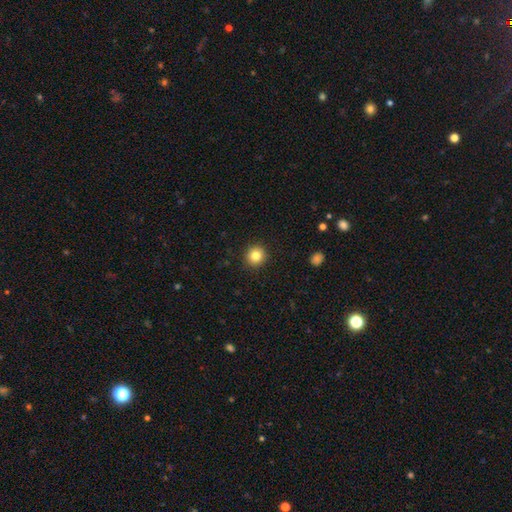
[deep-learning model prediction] A smooth galaxy with no disk features (82%) that is round (94%). Merging: none (92%).